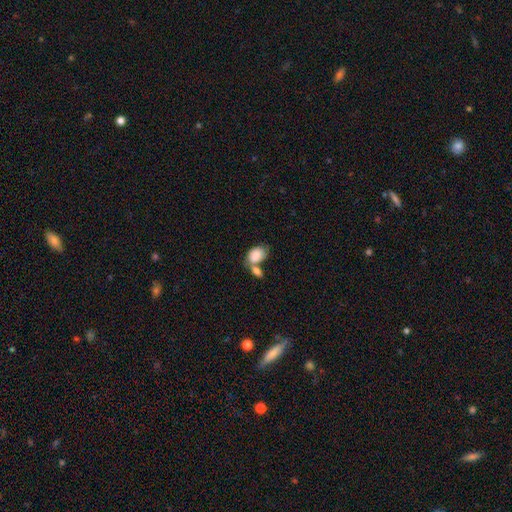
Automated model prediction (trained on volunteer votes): Smooth or featured? Predicted: smooth (p=0.84). How rounded? Predicted: in between (p=0.83). Merging? Predicted: merger (p=0.53).